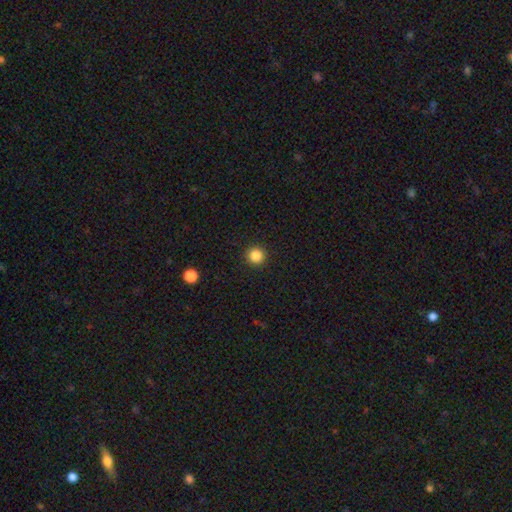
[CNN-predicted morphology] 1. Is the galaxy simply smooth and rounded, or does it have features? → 85% smooth, 11% star or artifact, 3% featured or disk.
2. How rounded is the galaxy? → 95% round, 4% in between, 1% cigar-shaped.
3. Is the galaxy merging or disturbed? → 93% none, 4% minor disturbance, 2% major disturbance, 1% merger.